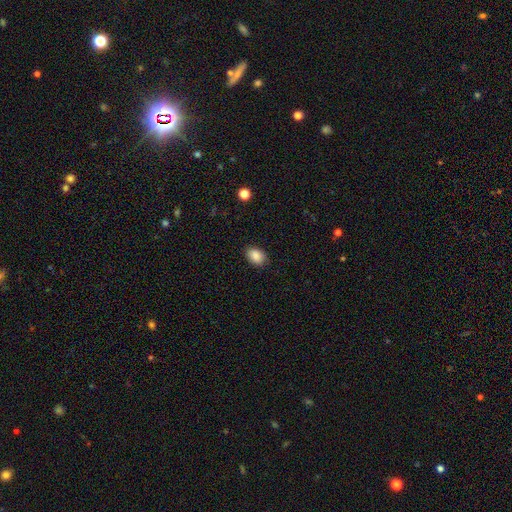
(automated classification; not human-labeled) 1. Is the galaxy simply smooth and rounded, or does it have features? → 88% smooth, 8% star or artifact, 4% featured or disk.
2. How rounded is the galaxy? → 79% in between, 20% round, 1% cigar-shaped.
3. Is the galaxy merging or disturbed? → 86% none, 10% minor disturbance, 2% major disturbance, 1% merger.